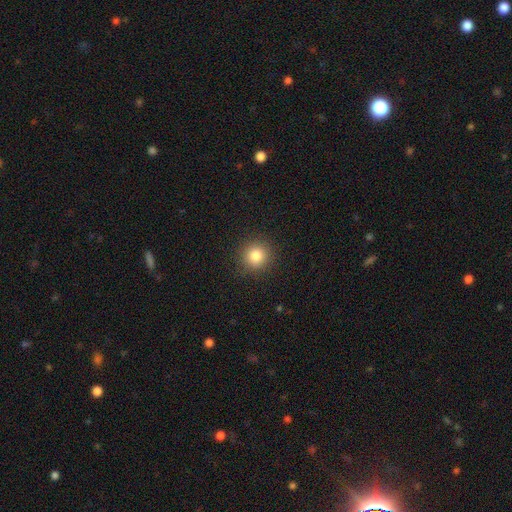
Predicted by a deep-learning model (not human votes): This appears to be a smooth galaxy with no disk features (83%) that is round (92%). Merging: none (91%).